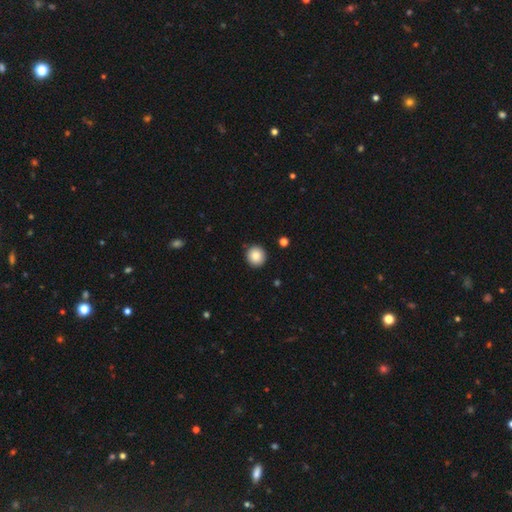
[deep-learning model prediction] smooth 86%, star or artifact 9%, featured or disk 5%. Down the decision tree: how rounded — round (94%); merging — none (91%).